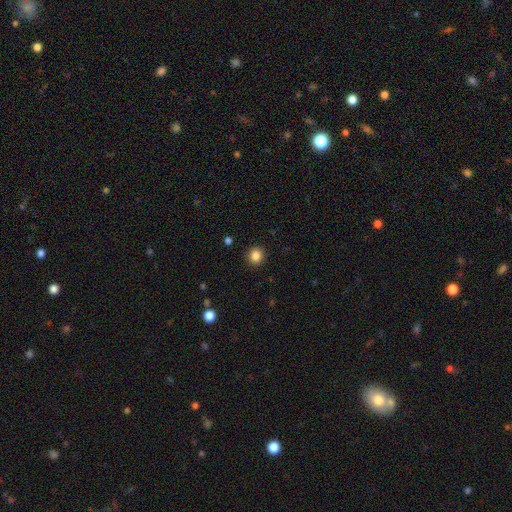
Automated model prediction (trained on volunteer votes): Smooth or featured?
  - smooth: 85% *
  - star or artifact: 11%
  - featured or disk: 4%
How rounded?
  - round: 88% *
  - in between: 11%
  - cigar-shaped: 1%
Merging?
  - none: 92% *
  - minor disturbance: 5%
  - major disturbance: 2%
  - merger: 1%